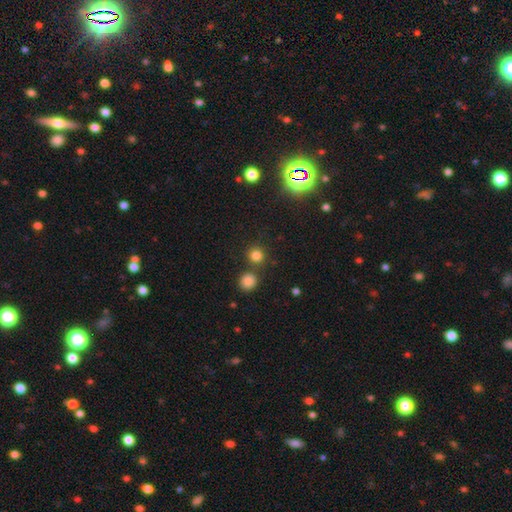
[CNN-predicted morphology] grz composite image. It shows a smooth galaxy with no disk features (79%) that is round (92%). Merging: none (78%).